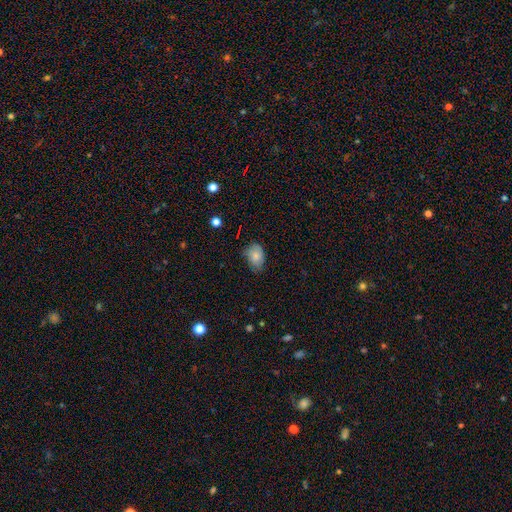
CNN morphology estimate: Smooth or featured: smooth — 77% (featured or disk — 15%)
How rounded: in between — 83% (round — 16%)
Merging: none — 61% (minor disturbance — 32%)